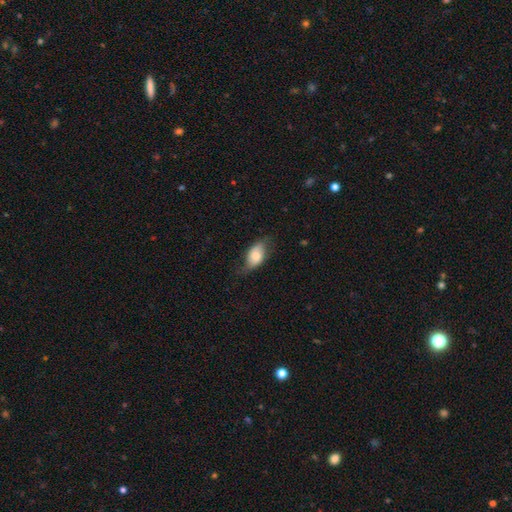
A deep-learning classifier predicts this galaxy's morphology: This is likely a smooth galaxy (67%). How rounded: clearly in between (90%). Merging: likely none (63%).